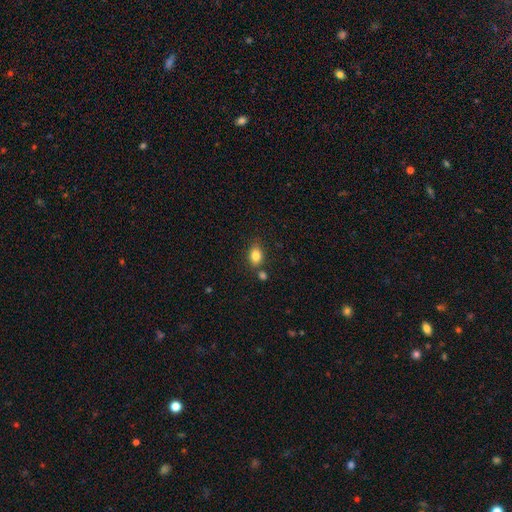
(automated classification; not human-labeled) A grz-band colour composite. It shows a smooth galaxy with no disk features (83%) that is in between round and cigar-shaped (78%). Merging: none (72%).